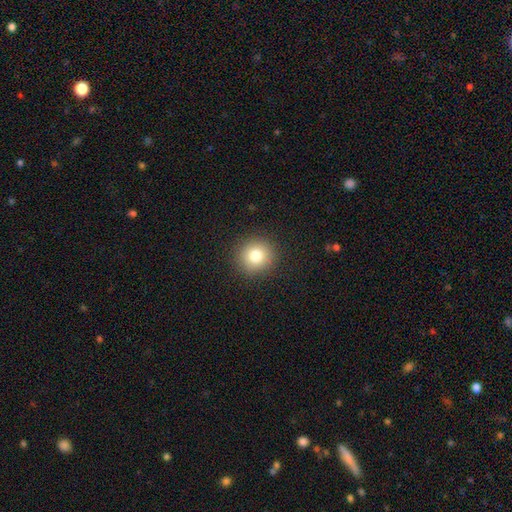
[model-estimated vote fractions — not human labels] smooth 80%, star or artifact 12%, featured or disk 8%. Down the decision tree: how rounded — round (91%); merging — none (91%).